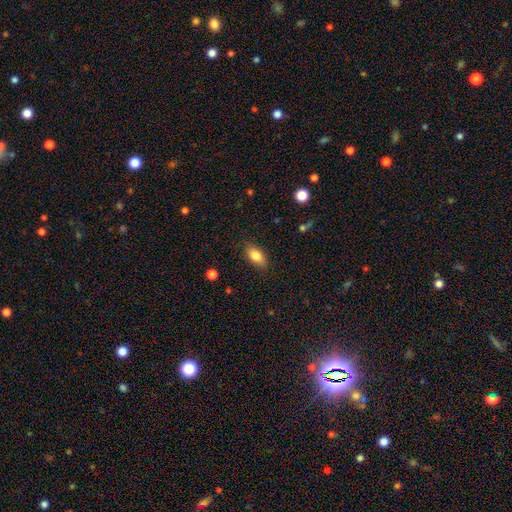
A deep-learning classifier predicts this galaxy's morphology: smooth 82%, featured or disk 10%, star or artifact 8%. Down the decision tree: how rounded — in between (88%); merging — none (85%).